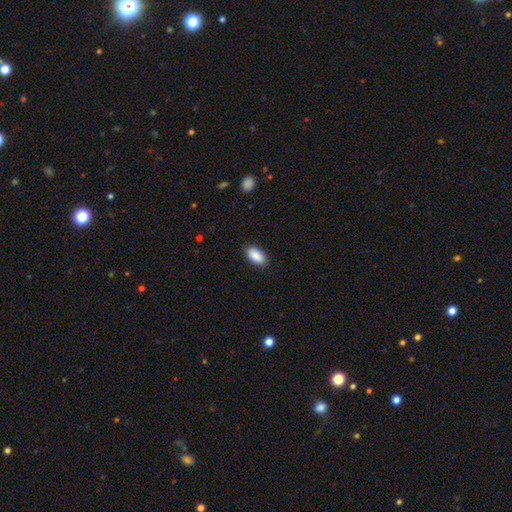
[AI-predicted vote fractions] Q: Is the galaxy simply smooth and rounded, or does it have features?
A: smooth — 89%.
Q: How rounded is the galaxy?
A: in between — 93%.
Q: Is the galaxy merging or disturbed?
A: none — 88%.